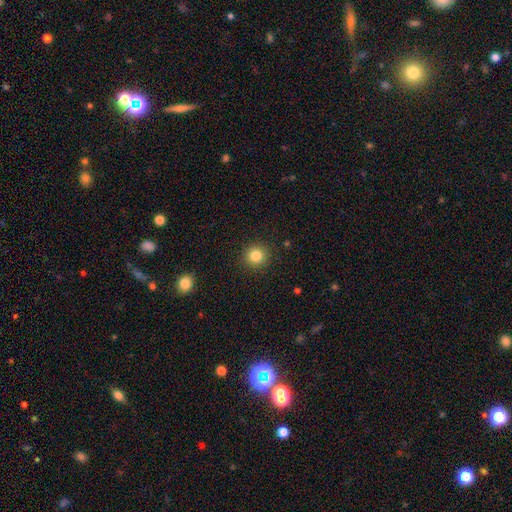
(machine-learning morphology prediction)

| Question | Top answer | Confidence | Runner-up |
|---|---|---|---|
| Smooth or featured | smooth | 83% | star or artifact (11%) |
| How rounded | round | 93% | in between (6%) |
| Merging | none | 91% | minor disturbance (6%) |